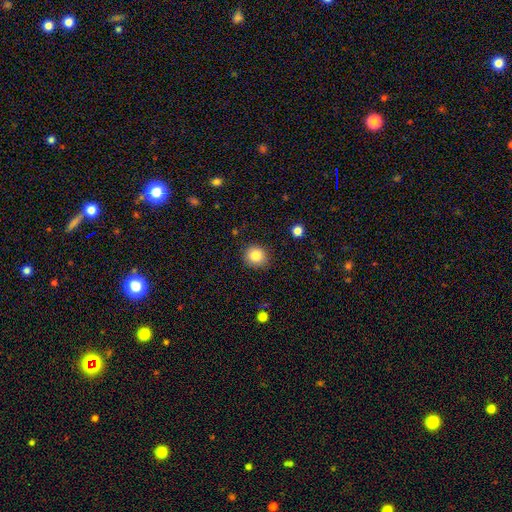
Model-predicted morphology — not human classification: type=smooth (84%); roundness=round (89%); merging=none (88%).